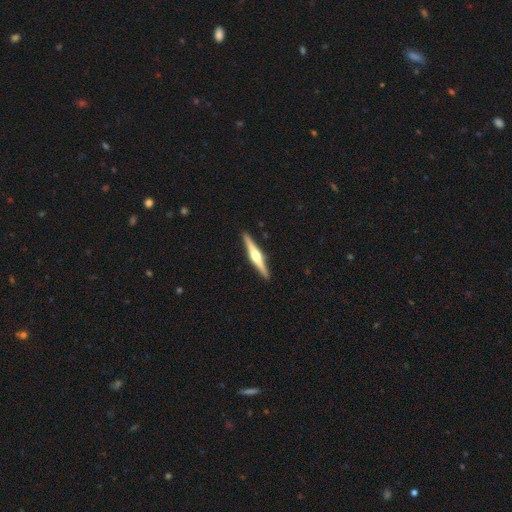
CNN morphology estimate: type=featured or disk (79%); edge-on=yes (98%); edge-on bulge=rounded (93%); merging=none (92%).